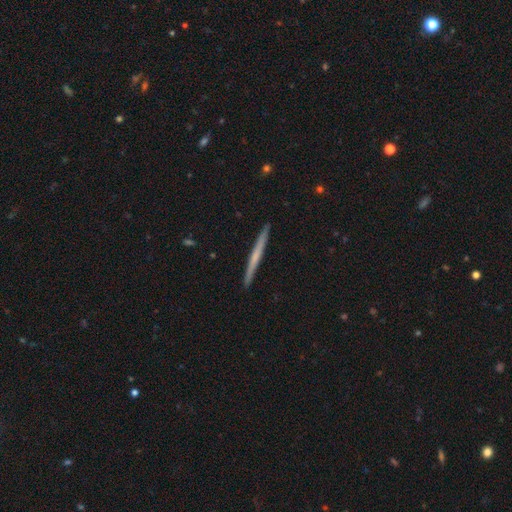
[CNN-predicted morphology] type=featured or disk (51%); edge-on=yes (98%); merging=none (93%).